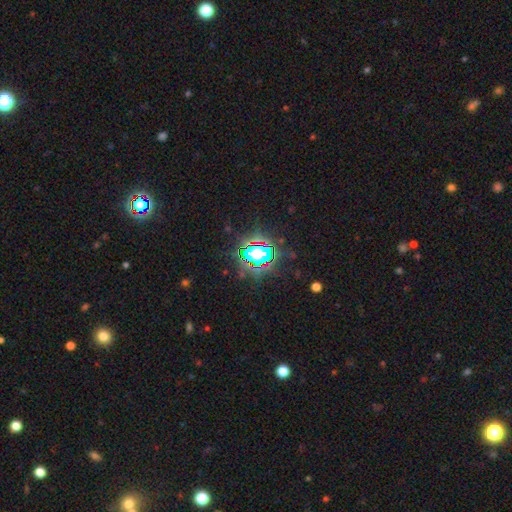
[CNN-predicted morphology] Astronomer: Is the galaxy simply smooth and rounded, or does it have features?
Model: star or artifact — 70%.